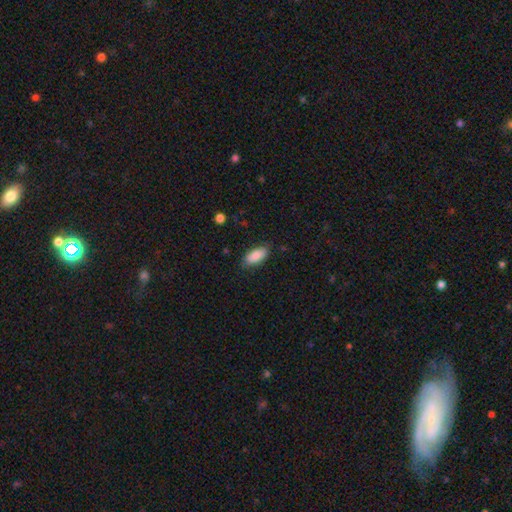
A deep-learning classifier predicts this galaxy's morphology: A smooth galaxy with no disk features (86%) that is in between round and cigar-shaped (88%).

Vote fractions:
- Smooth or featured? smooth: 86% / featured or disk: 7% / star or artifact: 7%
- How rounded? in between: 88% / cigar-shaped: 10% / round: 2%
- Merging? none: 82% / minor disturbance: 14% / major disturbance: 3% / merger: 1%